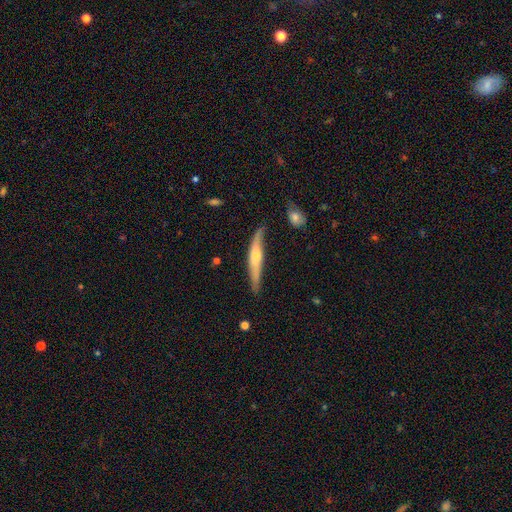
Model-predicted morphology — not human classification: The model was most divided on "smooth or featured": featured or disk: 56%, smooth: 38%, star or artifact: 6%. More confident: edge-on disk — yes (89%); edge-on bulge — rounded (75%); merging — none (67%).